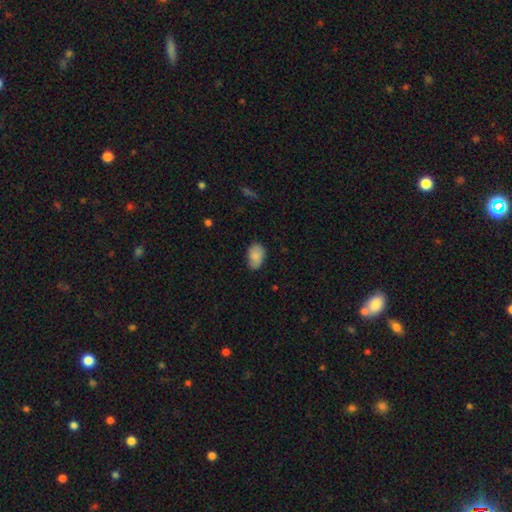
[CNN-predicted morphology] smooth-or-featured: smooth: 83% | featured or disk: 10% | star or artifact: 7%
  how-rounded: in between: 88% | round: 11% | cigar-shaped: 1%
  merging: none: 65% | minor disturbance: 29% | major disturbance: 5% | merger: 1%